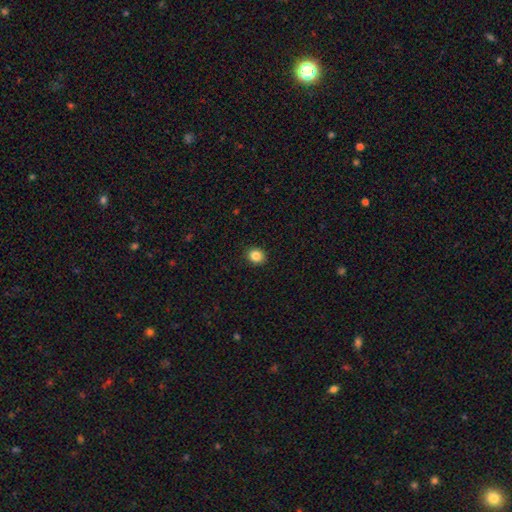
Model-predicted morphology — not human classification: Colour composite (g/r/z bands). It shows a smooth galaxy with no disk features (85%) that is round (72%). Merging: none (92%).